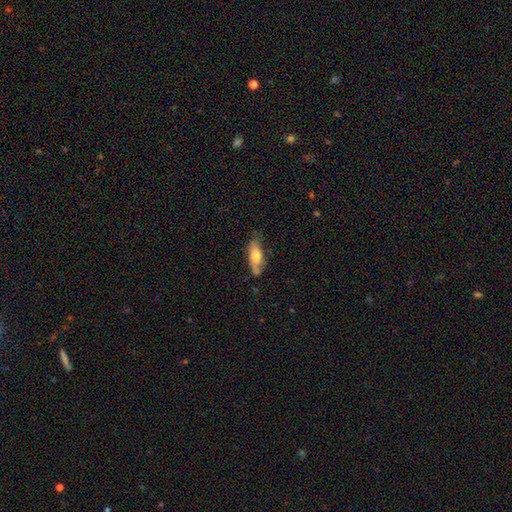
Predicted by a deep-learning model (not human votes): Smooth or featured? smooth (64%)
How rounded? in between (58%)
Merging? none (65%)